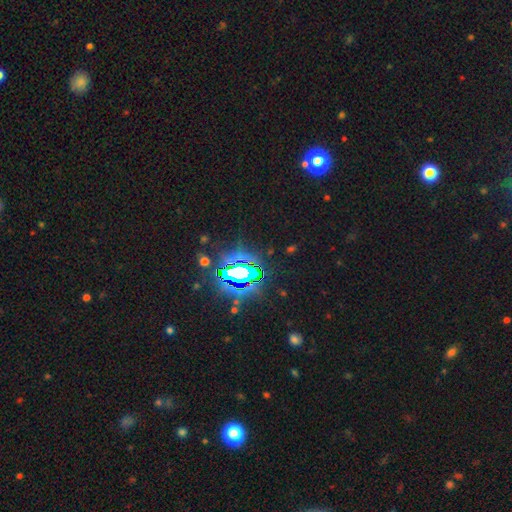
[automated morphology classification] Q: Smooth or featured?
A: star or artifact (84%); runner-up: smooth (9%)